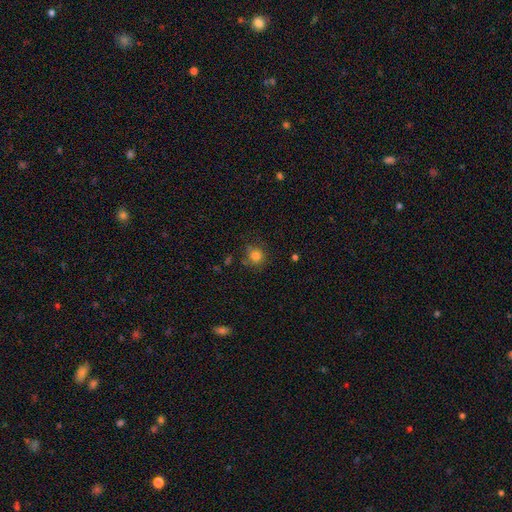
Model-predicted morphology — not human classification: Smooth or featured? Predicted: smooth (p=0.80). How rounded? Predicted: round (p=0.84). Merging? Predicted: none (p=0.71).